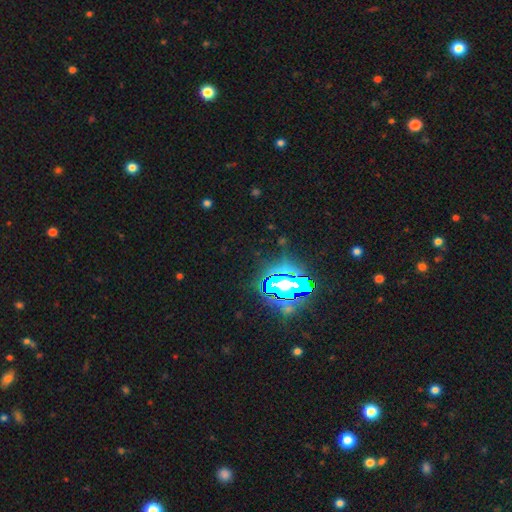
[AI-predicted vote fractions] Overall: star or artifact (76%).